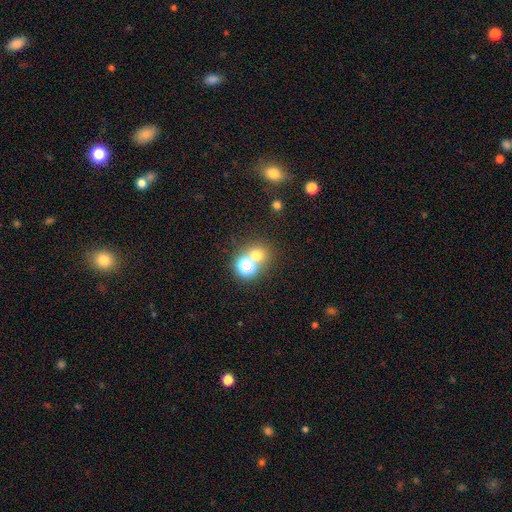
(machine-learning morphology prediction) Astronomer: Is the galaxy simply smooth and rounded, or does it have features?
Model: smooth — 64%.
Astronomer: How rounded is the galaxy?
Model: round — 84%.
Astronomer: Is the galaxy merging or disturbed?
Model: none — 54% (runner-up: merger, 36%).